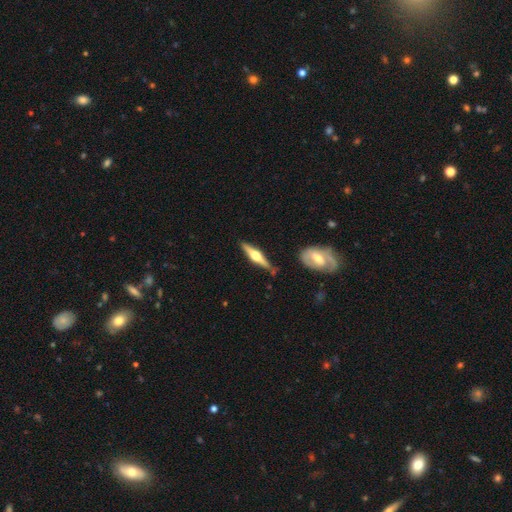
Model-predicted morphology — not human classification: featured or disk 68%, smooth 27%, star or artifact 5%. Down the decision tree: edge-on disk — yes (96%); edge-on bulge — rounded (94%); merging — none (81%).